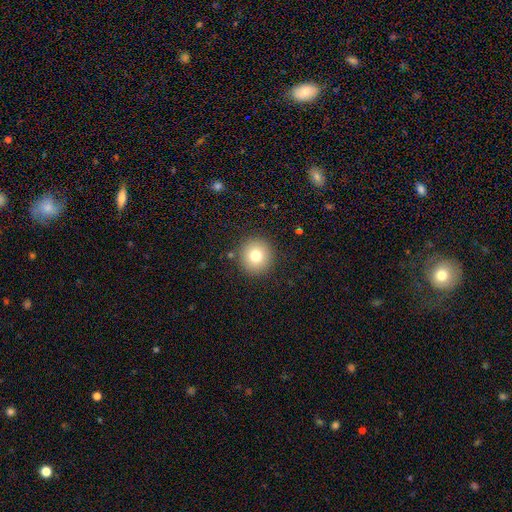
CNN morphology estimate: smooth 77%, star or artifact 12%, featured or disk 11%. Down the decision tree: how rounded — round (94%); merging — none (89%).